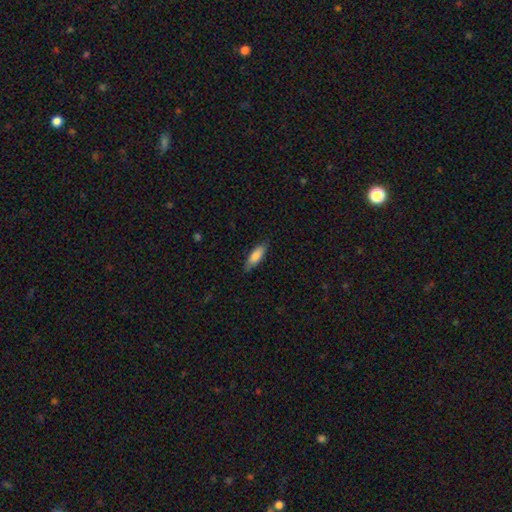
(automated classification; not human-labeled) A smooth galaxy with no disk features (81%) that is in between round and cigar-shaped (53%). Merging: none (82%).